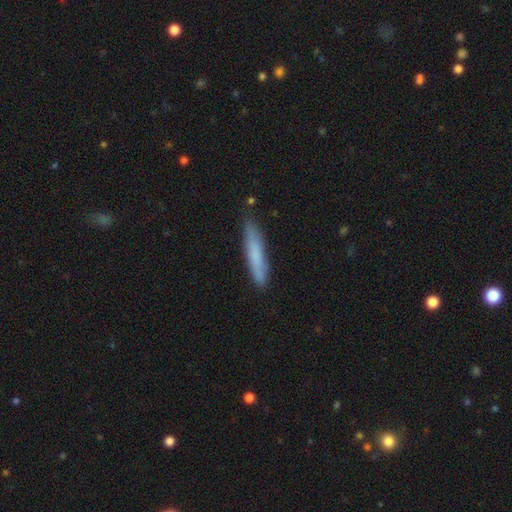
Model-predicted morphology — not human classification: type=smooth (72%); roundness=cigar-shaped (92%); merging=none (84%).